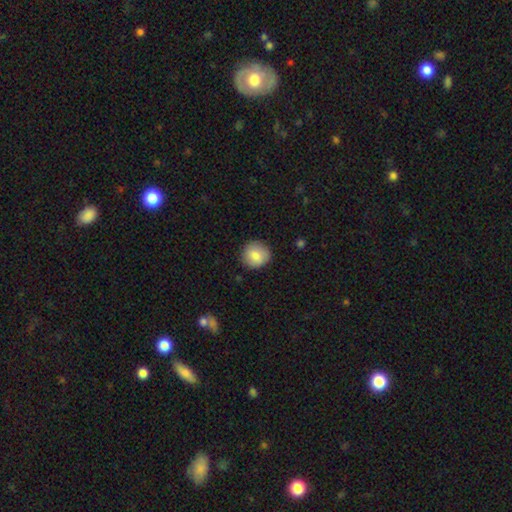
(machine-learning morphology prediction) smooth-or-featured: smooth: 82% | featured or disk: 11% | star or artifact: 7%
  how-rounded: round: 92% | in between: 7% | cigar-shaped: 1%
  merging: none: 88% | minor disturbance: 9% | major disturbance: 2% | merger: 1%